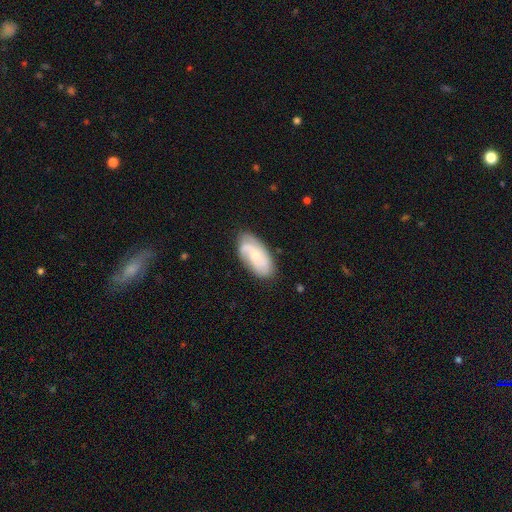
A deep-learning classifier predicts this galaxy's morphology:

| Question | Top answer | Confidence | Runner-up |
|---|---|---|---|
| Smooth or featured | featured or disk | 59% | smooth (35%) |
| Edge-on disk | no | 94% | yes (6%) |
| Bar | no | 65% | weak (29%) |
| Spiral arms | yes | 88% | no (12%) |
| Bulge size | small | 59% | moderate (35%) |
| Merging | none | 73% | minor disturbance (20%) |